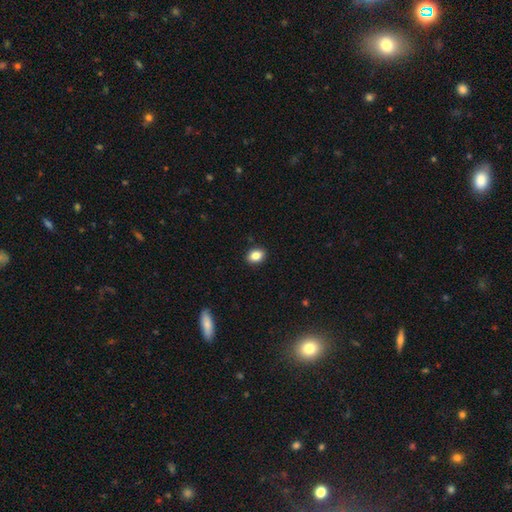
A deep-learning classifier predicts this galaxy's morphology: The model was most divided on "how rounded": in between: 68%, round: 31%, cigar-shaped: 1%. More confident: merging — none (90%); smooth or featured — smooth (84%).